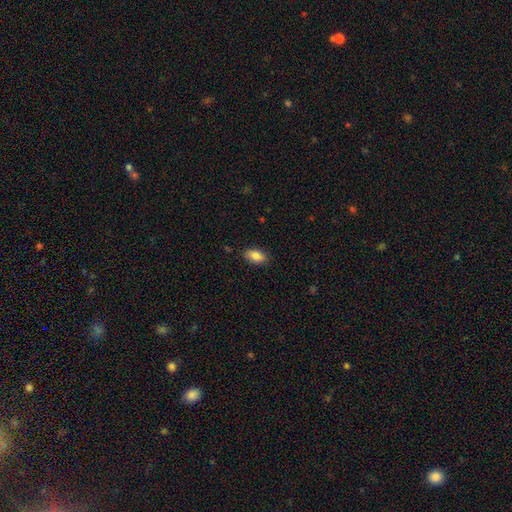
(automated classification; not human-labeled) smooth 86%, star or artifact 8%, featured or disk 6%. Down the decision tree: how rounded — in between (92%); merging — none (86%).